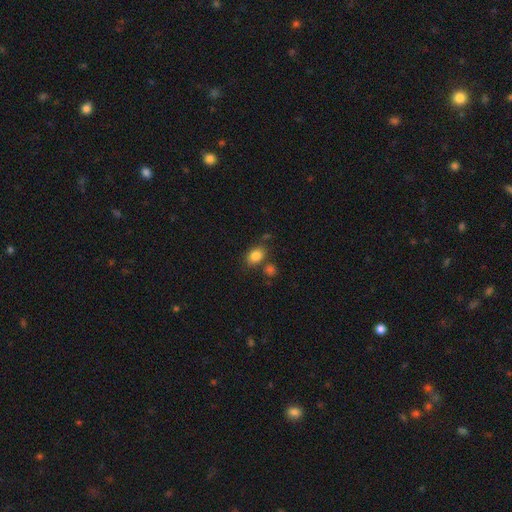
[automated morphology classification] smooth-or-featured: smooth: 83% | star or artifact: 10% | featured or disk: 7%
  how-rounded: in between: 66% | round: 33% | cigar-shaped: 1%
  merging: none: 69% | minor disturbance: 14% | merger: 13% | major disturbance: 4%